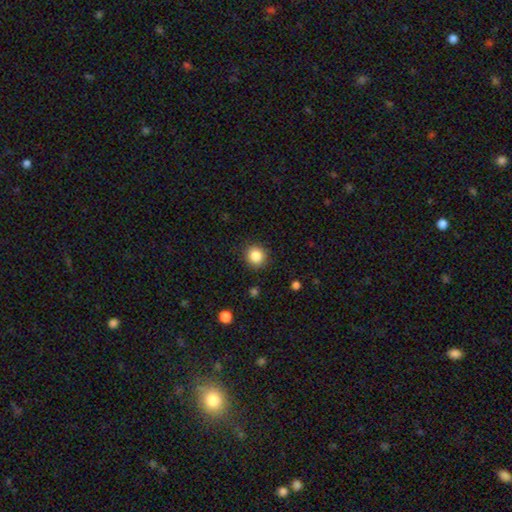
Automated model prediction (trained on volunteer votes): Smooth or featured? Predicted: smooth (p=0.85). How rounded? Predicted: round (p=0.89). Merging? Predicted: none (p=0.89).